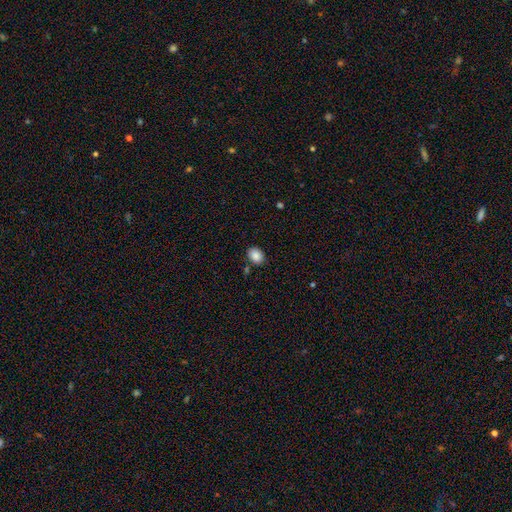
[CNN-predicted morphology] A smooth galaxy with no disk features (87%) that is in between round and cigar-shaped (59%). Merging: none (84%).